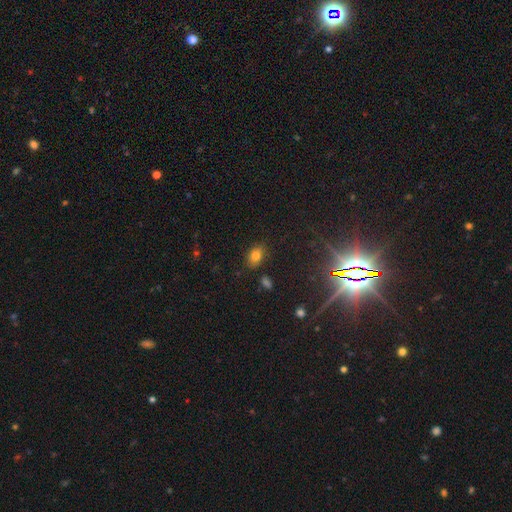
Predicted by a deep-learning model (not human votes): This appears to be a smooth galaxy with no disk features (77%) that is in between round and cigar-shaped (79%). Merging: none (80%).